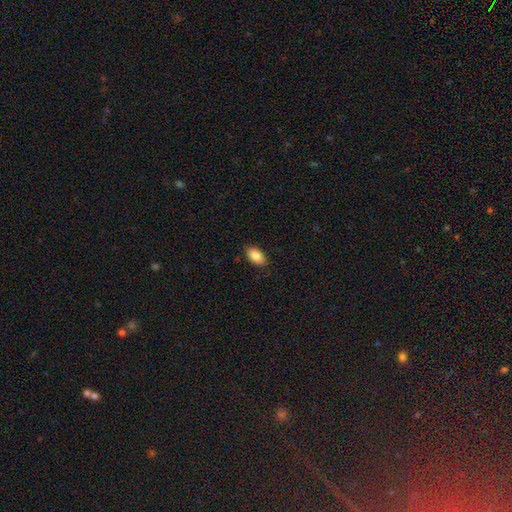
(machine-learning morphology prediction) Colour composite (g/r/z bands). It shows a smooth galaxy with no disk features (86%) that is in between round and cigar-shaped (93%). Merging: none (86%).